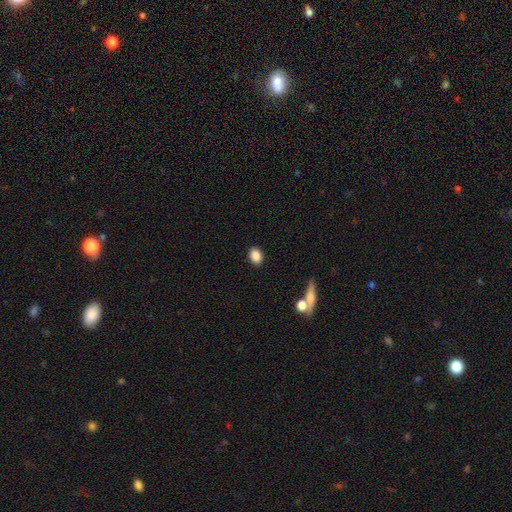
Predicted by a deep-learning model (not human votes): Smooth or featured? smooth (87%)
How rounded? in between (68%)
Merging? none (89%)